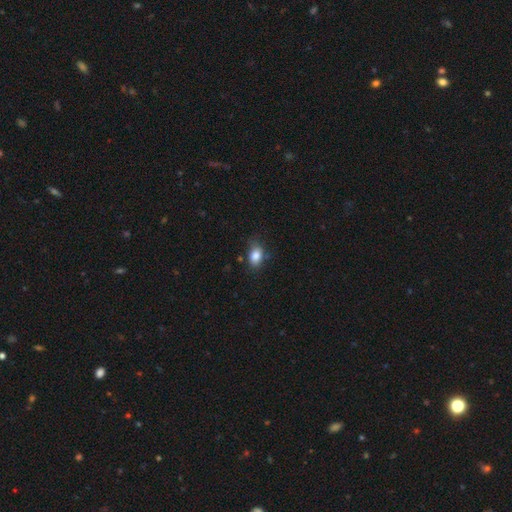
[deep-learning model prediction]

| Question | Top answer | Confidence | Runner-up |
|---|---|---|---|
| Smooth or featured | smooth | 84% | star or artifact (9%) |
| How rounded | in between | 78% | round (20%) |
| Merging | none | 69% | minor disturbance (23%) |